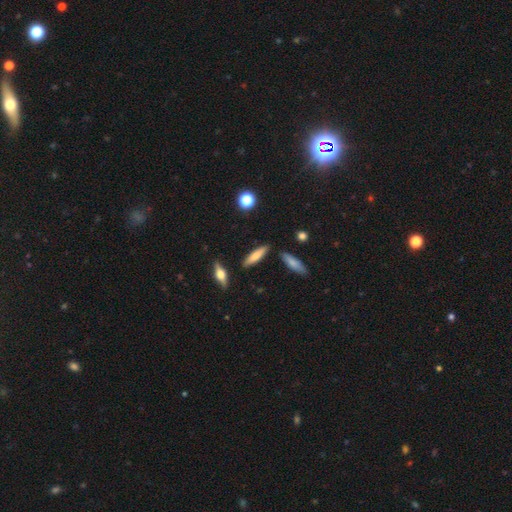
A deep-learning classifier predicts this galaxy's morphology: Smooth or featured? smooth (70%)
How rounded? cigar-shaped (70%)
Merging? none (83%)